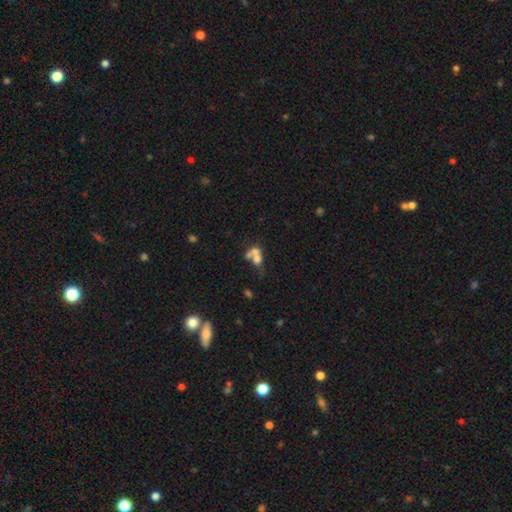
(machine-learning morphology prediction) The model was most divided on "how rounded": round: 52%, in between: 45%, cigar-shaped: 3%. More confident: merging — merger (65%); smooth or featured — smooth (59%).